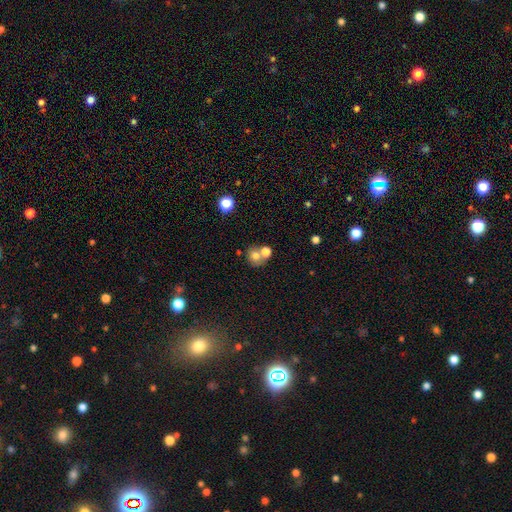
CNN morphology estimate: smooth-or-featured: smooth: 72% | featured or disk: 15% | star or artifact: 13%
  how-rounded: round: 81% | in between: 18% | cigar-shaped: 1%
  merging: none: 47% | merger: 42% | minor disturbance: 8% | major disturbance: 4%